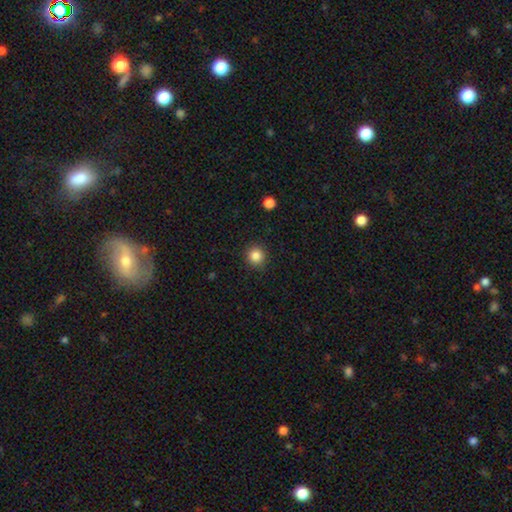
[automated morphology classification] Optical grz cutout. It shows a smooth galaxy with no disk features (85%) that is round (93%). Merging: none (90%).